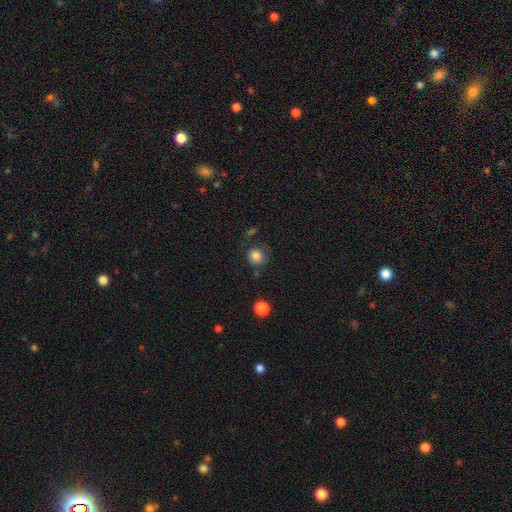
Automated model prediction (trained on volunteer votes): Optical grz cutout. It shows a smooth galaxy with no disk features (80%) that is round (88%). Merging: none (68%).